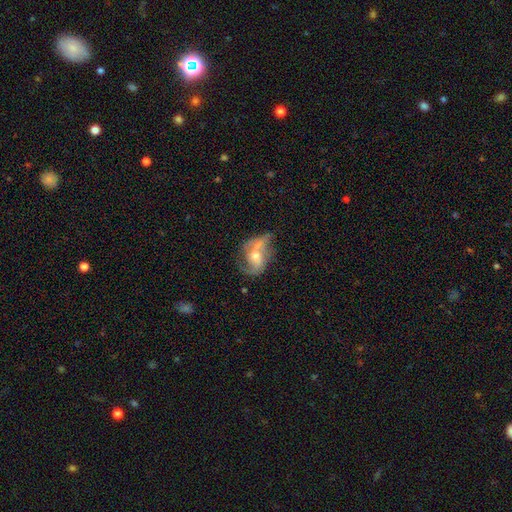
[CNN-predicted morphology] Smooth or featured? featured or disk (72%)
Edge-on disk? no (96%)
Bar? no (57%)
Spiral arms? yes (83%)
Spiral winding? loose (43%)
Spiral arm count? 2 (74%)
Bulge size? moderate (60%)
Merging? none (36%)